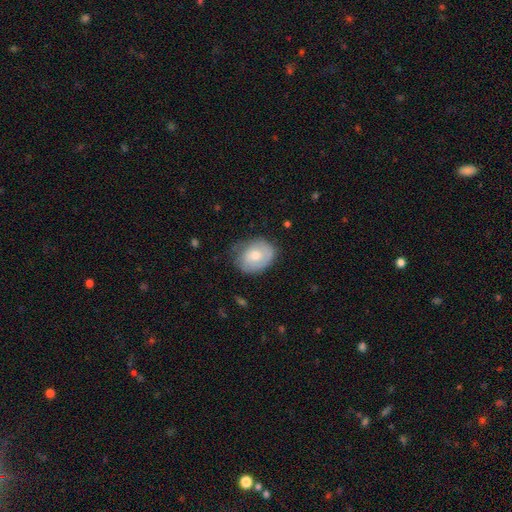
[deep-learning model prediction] smooth-or-featured: smooth: 61% | featured or disk: 32% | star or artifact: 6%
  how-rounded: in between: 57% | round: 42% | cigar-shaped: 1%
  merging: none: 60% | minor disturbance: 29% | major disturbance: 9% | merger: 2%